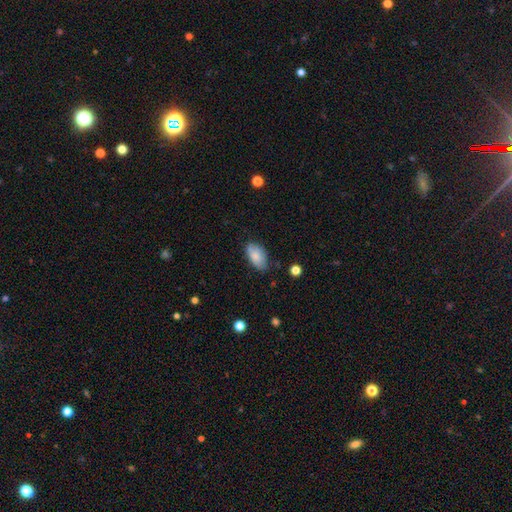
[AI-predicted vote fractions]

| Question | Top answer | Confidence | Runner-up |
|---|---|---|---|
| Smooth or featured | smooth | 79% | featured or disk (14%) |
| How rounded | in between | 93% | round (4%) |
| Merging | none | 71% | minor disturbance (23%) |